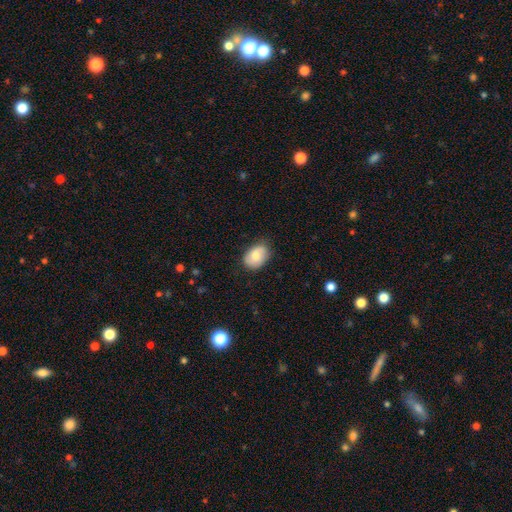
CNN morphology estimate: Smooth or featured? Predicted: smooth (p=0.73). How rounded? Predicted: in between (p=0.80). Merging? Predicted: none (p=0.75).